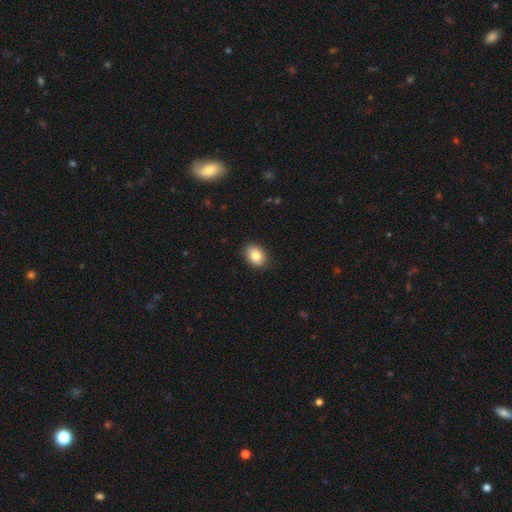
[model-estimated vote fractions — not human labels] Smooth or featured? Predicted: smooth (p=0.84). How rounded? Predicted: in between (p=0.72). Merging? Predicted: none (p=0.88).